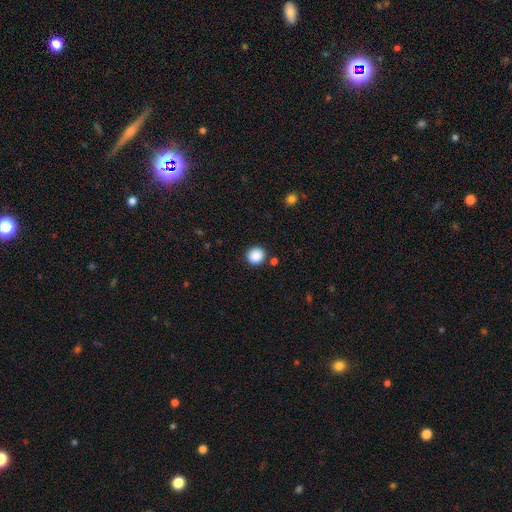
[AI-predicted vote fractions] Smooth or featured: smooth — 89% (star or artifact — 9%)
How rounded: round — 89% (in between — 10%)
Merging: none — 88% (minor disturbance — 7%)